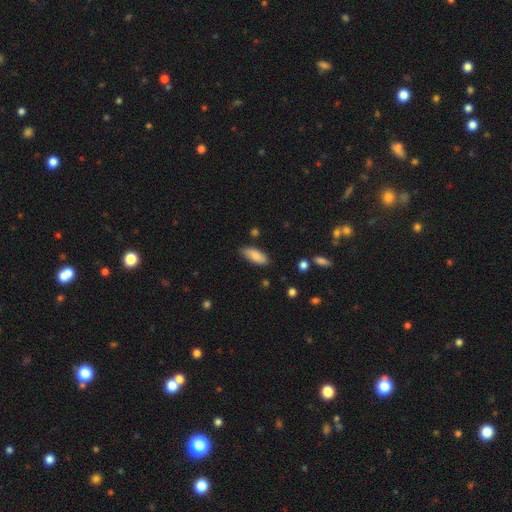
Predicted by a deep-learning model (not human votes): smooth-or-featured: smooth: 84% | featured or disk: 10% | star or artifact: 6%
  how-rounded: in between: 79% | cigar-shaped: 19% | round: 2%
  merging: none: 80% | minor disturbance: 16% | major disturbance: 3% | merger: 2%